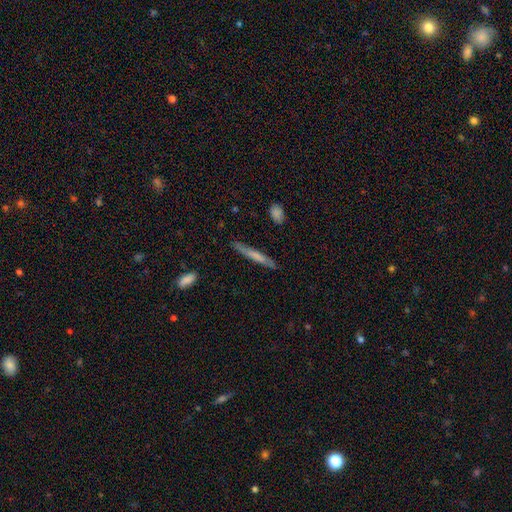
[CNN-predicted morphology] This is likely a smooth galaxy (60%). How rounded: clearly cigar-shaped (94%). Merging: clearly none (83%).